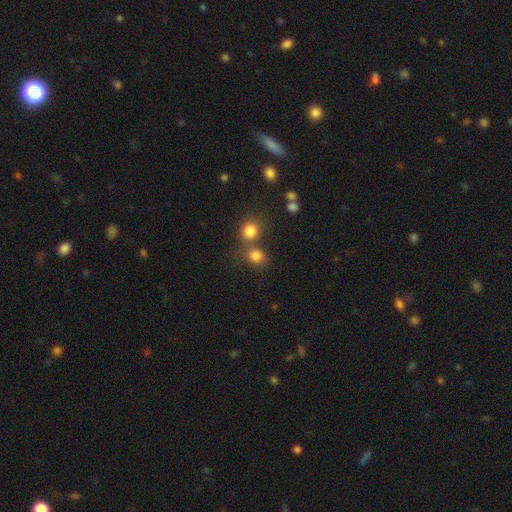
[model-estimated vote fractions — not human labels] Smooth or featured? smooth (80%)
How rounded? round (75%)
Merging? none (51%)